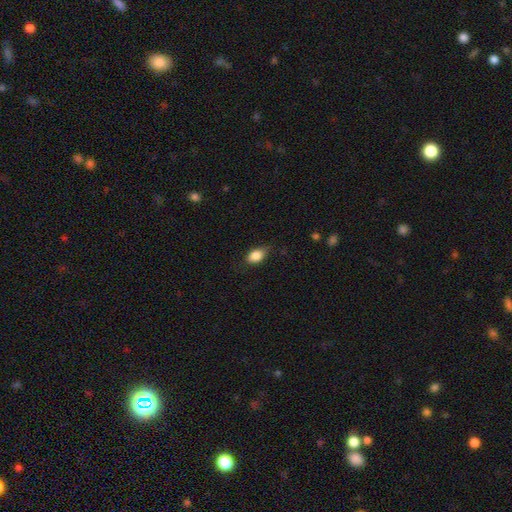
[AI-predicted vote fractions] The model was most divided on "merging": none: 70%, minor disturbance: 24%, major disturbance: 5%, merger: 1%. More confident: smooth or featured — smooth (84%); how rounded — in between (83%).